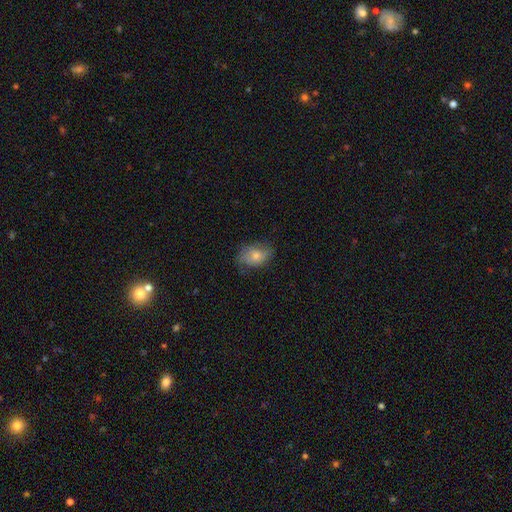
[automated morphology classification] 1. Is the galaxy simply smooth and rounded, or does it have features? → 61% smooth, 28% featured or disk, 11% star or artifact.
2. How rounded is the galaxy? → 73% in between, 26% round, 2% cigar-shaped.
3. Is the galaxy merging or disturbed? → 66% none, 25% minor disturbance, 8% major disturbance, 1% merger.